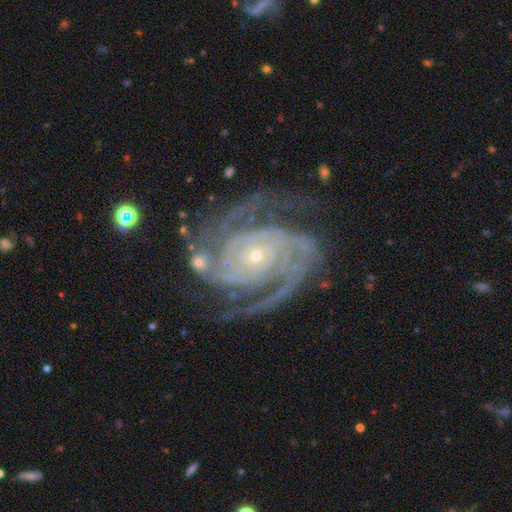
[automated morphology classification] The model was most divided on "spiral arm count": 2: 41%, 3: 26%, 4: 12%, can't tell: 9%, more than 4: 6%, 1: 6%. More confident: spiral arms — yes (99%); edge-on disk — no (98%); smooth or featured — featured or disk (93%); bulge size — small (81%); merging — none (72%); bar — no (69%); spiral winding — tight (66%).